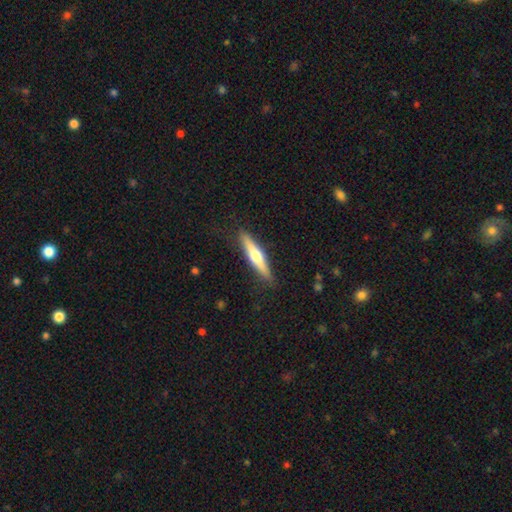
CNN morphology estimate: smooth-or-featured: featured or disk: 49% | smooth: 45% | star or artifact: 5%
  merging: none: 88% | minor disturbance: 9% | major disturbance: 2% | merger: 1%